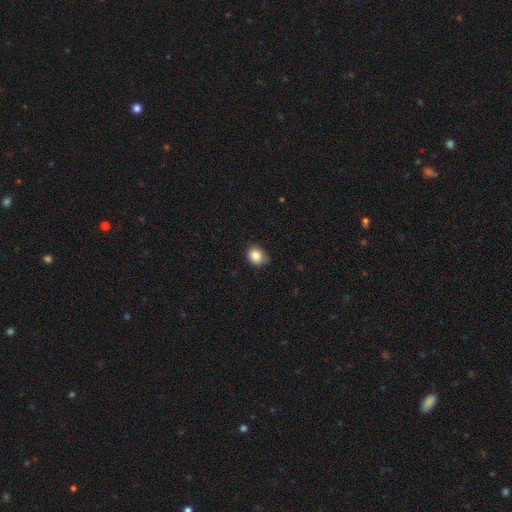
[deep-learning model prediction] smooth-or-featured: smooth: 86% | star or artifact: 9% | featured or disk: 5%
  how-rounded: round: 62% | in between: 38% | cigar-shaped: 1%
  merging: none: 68% | minor disturbance: 27% | major disturbance: 4% | merger: 1%